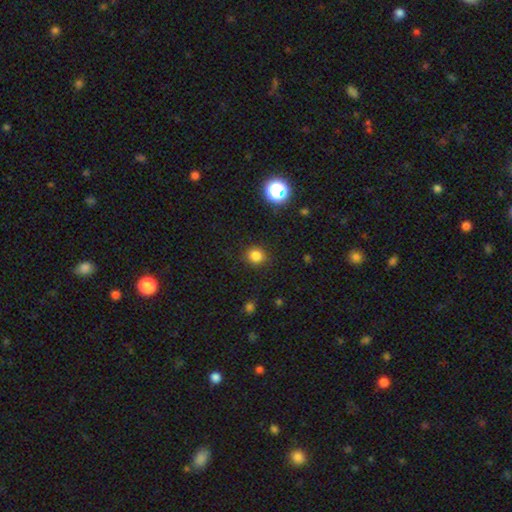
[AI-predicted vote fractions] A smooth galaxy with no disk features (82%) that is round (83%).

Vote fractions:
- Smooth or featured? smooth: 82% / star or artifact: 14% / featured or disk: 4%
- How rounded? round: 83% / in between: 16% / cigar-shaped: 1%
- Merging? none: 88% / minor disturbance: 8% / major disturbance: 2% / merger: 1%